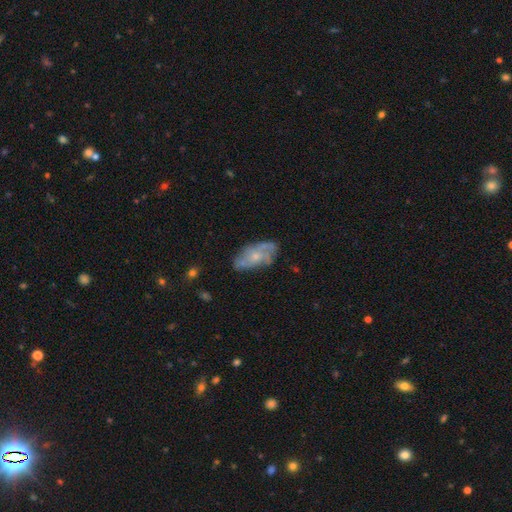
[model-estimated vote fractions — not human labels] A featured or disk galaxy (62%) with no bar (79%), spiral arms (71%) and a small central bulge (63%).

Vote fractions:
- Smooth or featured? featured or disk: 62% / smooth: 30% / star or artifact: 7%
- Edge-on disk? no: 92% / yes: 8%
- Bar? no: 79% / weak: 18% / strong: 3%
- Spiral arms? yes: 71% / no: 29%
- Bulge size? small: 63% / moderate: 31% / none: 4% / large: 1% / dominant: 1%
- Merging? none: 64% / minor disturbance: 25% / major disturbance: 9% / merger: 3%